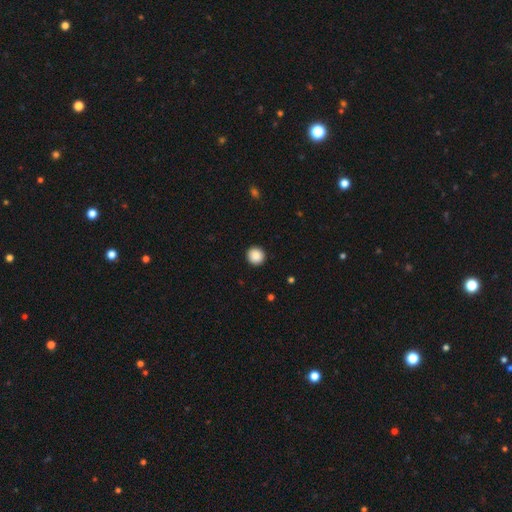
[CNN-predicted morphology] Q: Smooth or featured?
A: smooth (89%); runner-up: star or artifact (8%)
Q: How rounded?
A: round (95%); runner-up: in between (4%)
Q: Merging?
A: none (93%); runner-up: minor disturbance (5%)